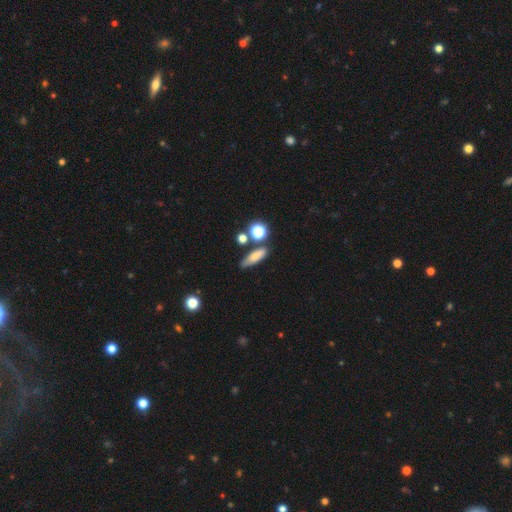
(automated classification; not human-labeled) The model was most divided on "how rounded": in between: 47%, cigar-shaped: 43%, round: 10%. More confident: smooth or featured — smooth (72%); merging — none (67%).